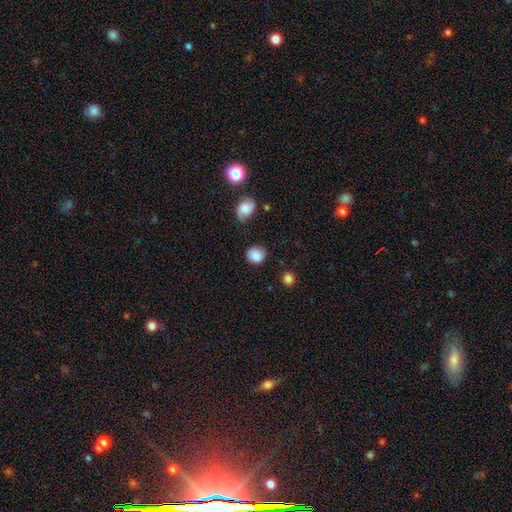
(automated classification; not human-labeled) Smooth or featured? smooth (85%)
How rounded? round (82%)
Merging? none (79%)